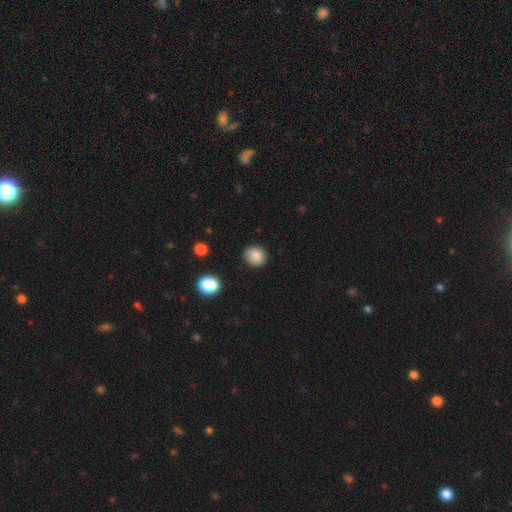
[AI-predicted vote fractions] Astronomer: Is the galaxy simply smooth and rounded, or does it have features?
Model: smooth — 86%.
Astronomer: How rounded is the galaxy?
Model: round — 80%.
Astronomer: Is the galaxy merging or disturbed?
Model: none — 86%.